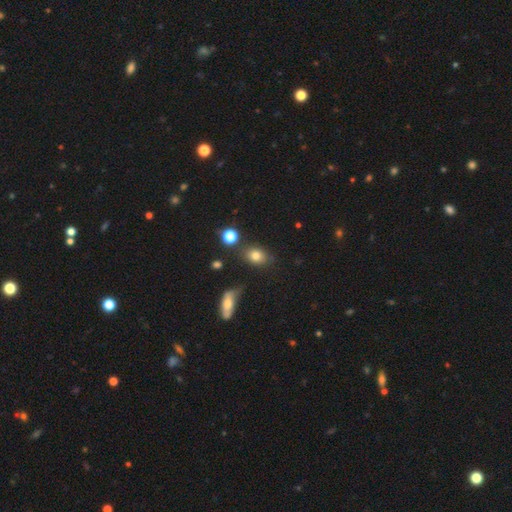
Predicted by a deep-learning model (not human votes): A smooth galaxy with no disk features (79%) that is in between round and cigar-shaped (65%). Merging: none (74%).